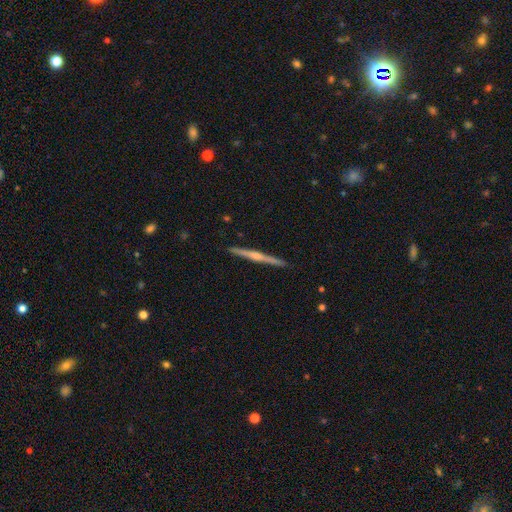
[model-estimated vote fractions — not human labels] Q: Smooth or featured?
A: featured or disk (65%); runner-up: smooth (25%)
Q: Edge-on disk?
A: yes (96%); runner-up: no (4%)
Q: Edge-on bulge?
A: rounded (65%); runner-up: none (26%)
Q: Merging?
A: none (88%); runner-up: minor disturbance (8%)